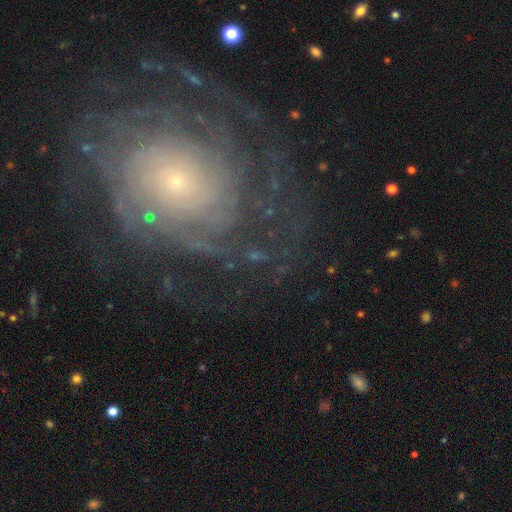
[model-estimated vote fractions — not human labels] Q: Smooth or featured?
A: featured or disk (58%); runner-up: star or artifact (25%)
Q: Edge-on disk?
A: no (94%); runner-up: yes (6%)
Q: Bar?
A: no (60%); runner-up: weak (25%)
Q: Spiral arms?
A: yes (87%); runner-up: no (13%)
Q: Bulge size?
A: small (69%); runner-up: moderate (19%)
Q: Merging?
A: none (69%); runner-up: minor disturbance (15%)